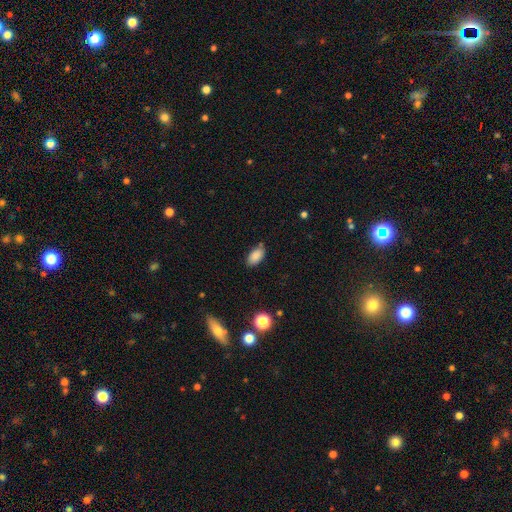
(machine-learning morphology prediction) Smooth or featured?
  - smooth: 86% *
  - star or artifact: 9%
  - featured or disk: 5%
How rounded?
  - in between: 93% *
  - round: 4%
  - cigar-shaped: 3%
Merging?
  - none: 78% *
  - minor disturbance: 16%
  - major disturbance: 3%
  - merger: 3%